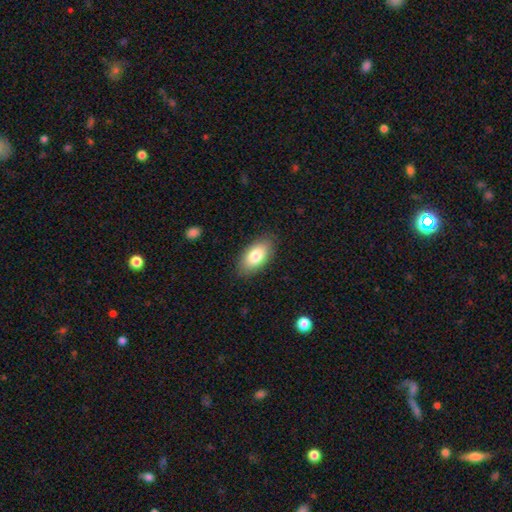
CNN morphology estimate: Smooth or featured? Predicted: smooth (p=0.81). How rounded? Predicted: in between (p=0.92). Merging? Predicted: none (p=0.86).